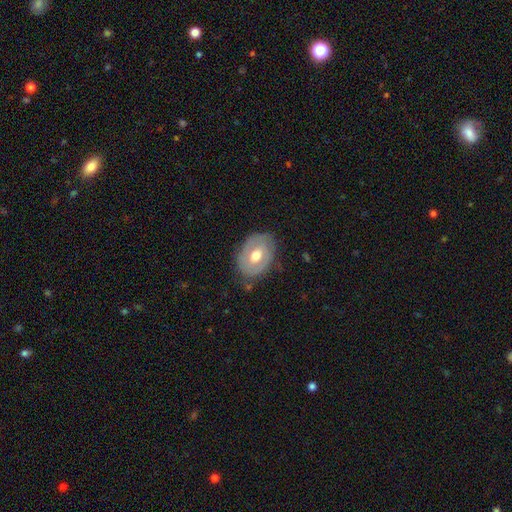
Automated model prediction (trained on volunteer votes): Q: Smooth or featured?
A: featured or disk (47%); tied with: smooth (47%)
Q: Merging?
A: none (74%); runner-up: minor disturbance (19%)